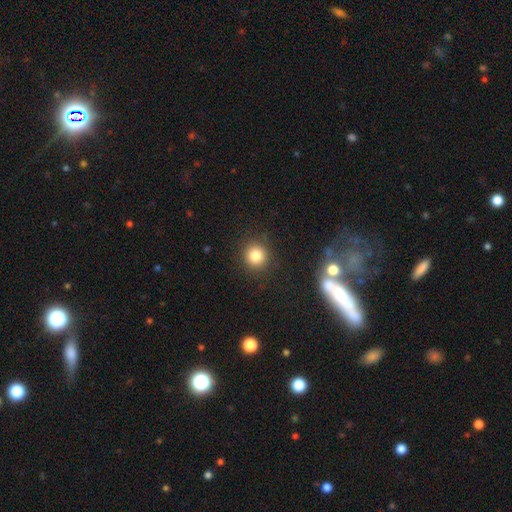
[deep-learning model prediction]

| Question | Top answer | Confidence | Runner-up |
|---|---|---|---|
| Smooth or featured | smooth | 81% | star or artifact (12%) |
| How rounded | round | 93% | in between (7%) |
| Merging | none | 90% | minor disturbance (6%) |